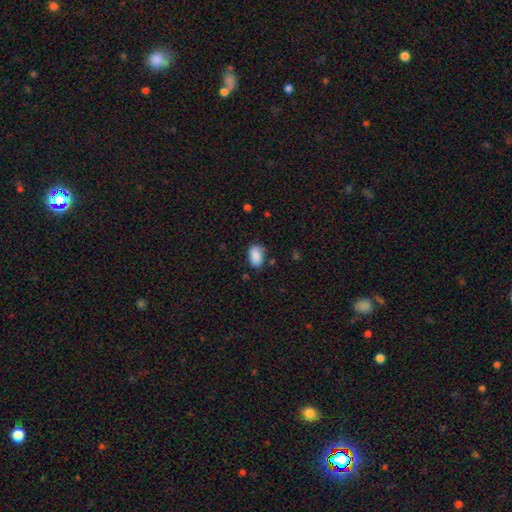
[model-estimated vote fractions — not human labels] A smooth galaxy with no disk features (89%) that is in between round and cigar-shaped (92%).

Vote fractions:
- Smooth or featured? smooth: 89% / star or artifact: 7% / featured or disk: 4%
- How rounded? in between: 92% / round: 6% / cigar-shaped: 2%
- Merging? none: 78% / minor disturbance: 16% / major disturbance: 3% / merger: 2%